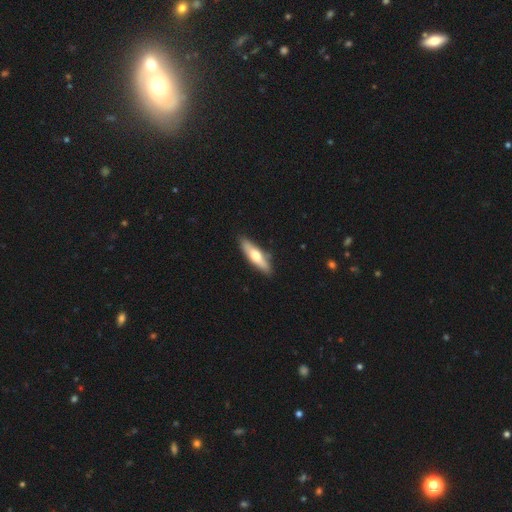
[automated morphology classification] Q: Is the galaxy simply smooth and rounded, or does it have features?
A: smooth — 52%.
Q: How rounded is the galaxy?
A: cigar-shaped — 66%.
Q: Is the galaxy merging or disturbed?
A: none — 86%.